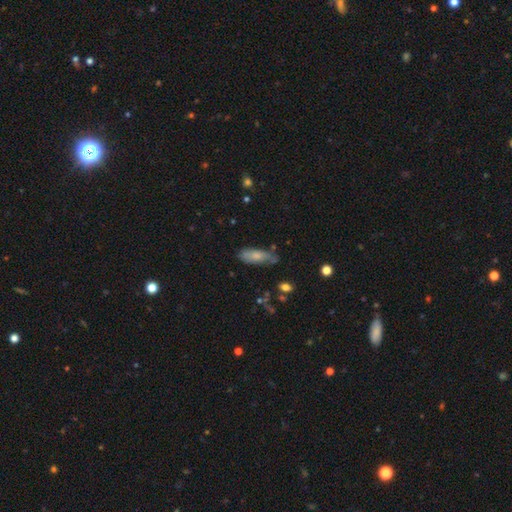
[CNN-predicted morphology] type=smooth (68%); roundness=in between (64%); merging=none (57%).